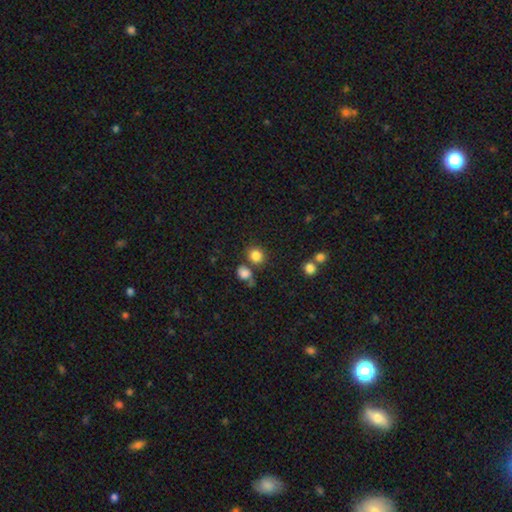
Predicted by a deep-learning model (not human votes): This is clearly a smooth galaxy (83%). How rounded: clearly round (82%). Merging: likely none (68%).